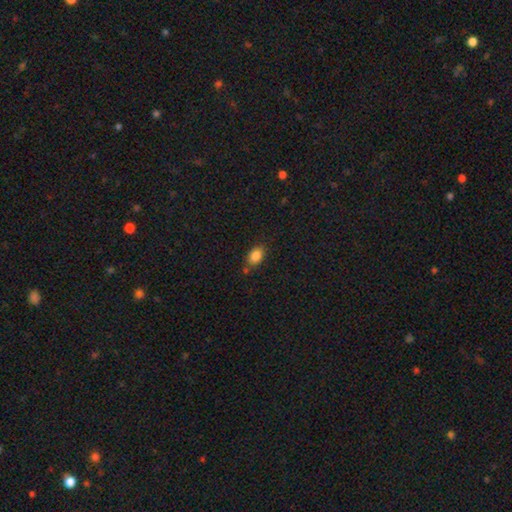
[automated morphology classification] The model was most divided on "how rounded": in between: 78%, round: 21%, cigar-shaped: 1%. More confident: smooth or featured — smooth (85%); merging — none (74%).